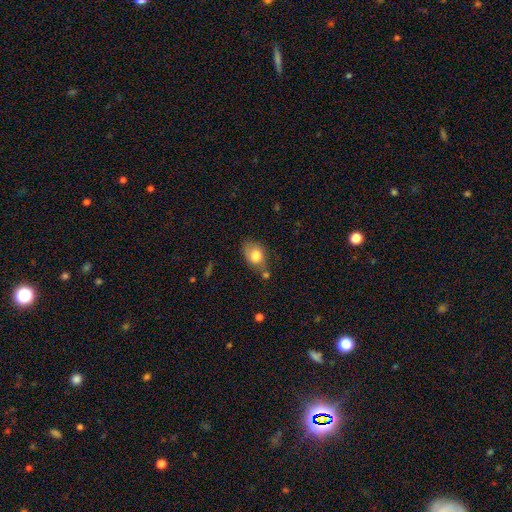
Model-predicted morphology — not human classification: The model was most divided on "merging": none: 52%, minor disturbance: 27%, merger: 12%, major disturbance: 9%. More confident: smooth or featured — smooth (79%); how rounded — in between (77%).